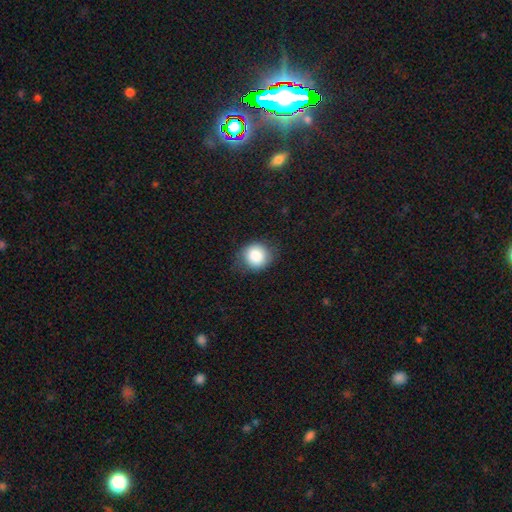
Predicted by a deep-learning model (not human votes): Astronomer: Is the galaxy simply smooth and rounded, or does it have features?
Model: smooth — 86%.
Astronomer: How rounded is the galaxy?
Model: round — 85%.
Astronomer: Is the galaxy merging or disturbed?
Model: none — 78%.